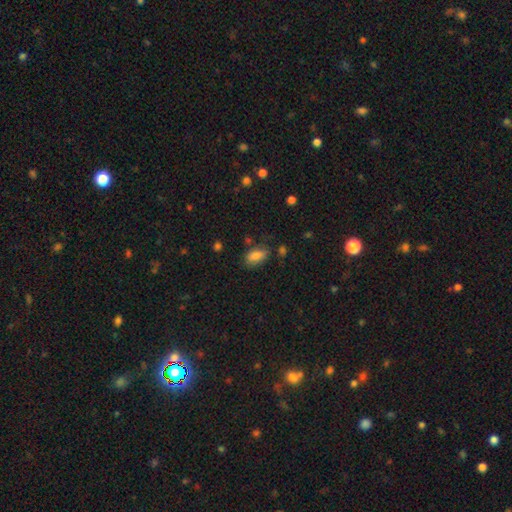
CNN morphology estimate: Smooth or featured? smooth (83%)
How rounded? in between (87%)
Merging? none (70%)